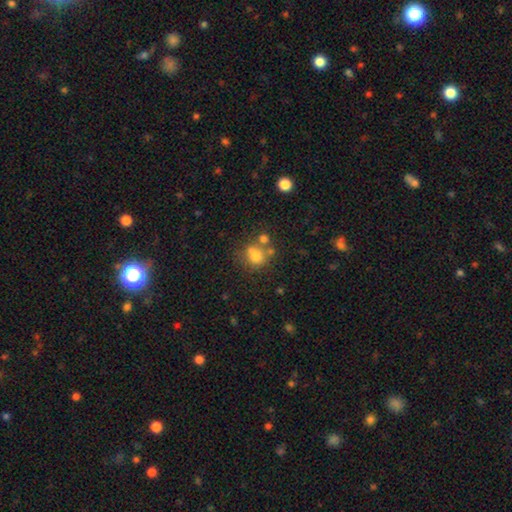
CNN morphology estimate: A smooth galaxy with no disk features (70%) that is round (79%). Merging: none (50%).